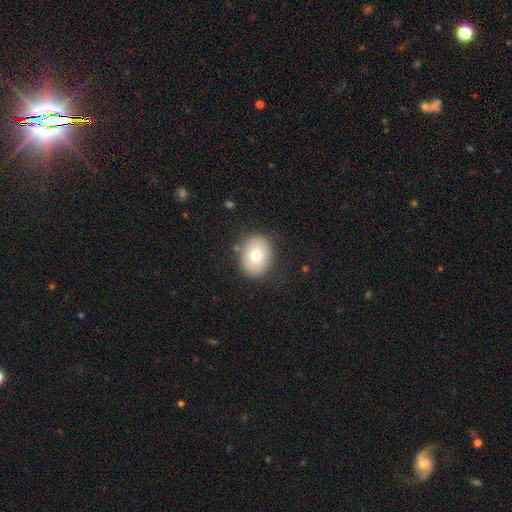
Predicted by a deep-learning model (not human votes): A smooth galaxy with no disk features (74%) that is in between round and cigar-shaped (53%). Merging: none (82%).